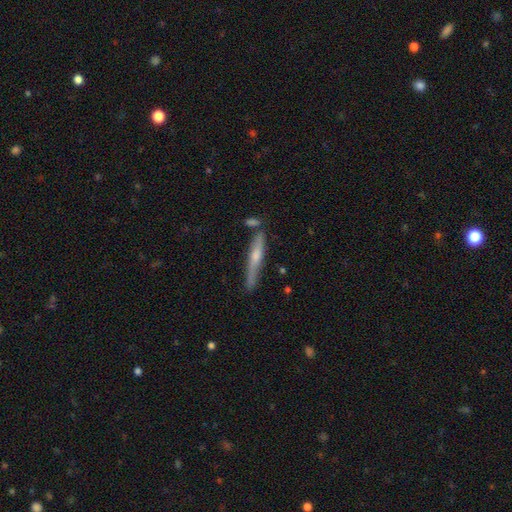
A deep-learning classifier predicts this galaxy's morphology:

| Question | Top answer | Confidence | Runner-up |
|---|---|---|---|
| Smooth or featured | featured or disk | 59% | smooth (35%) |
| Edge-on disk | yes | 94% | no (6%) |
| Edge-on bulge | rounded | 77% | none (17%) |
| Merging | none | 74% | minor disturbance (16%) |